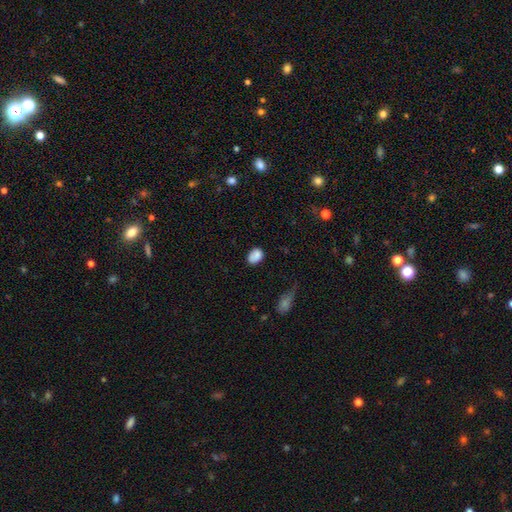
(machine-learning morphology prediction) This is clearly a smooth galaxy (85%). How rounded: likely in between (71%). Merging: likely none (63%).